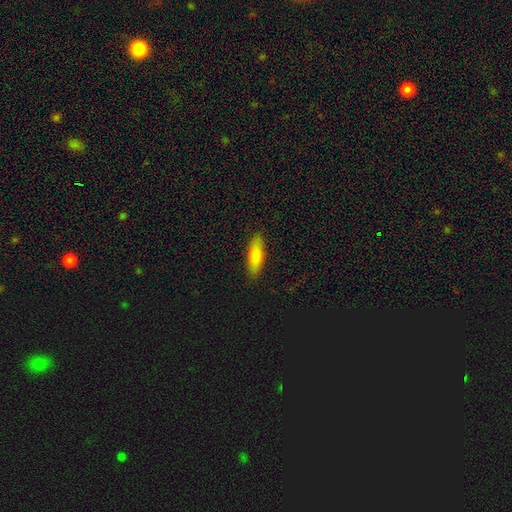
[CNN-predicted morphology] smooth 80%, featured or disk 14%, star or artifact 6%. Down the decision tree: how rounded — in between (51%); merging — none (88%).